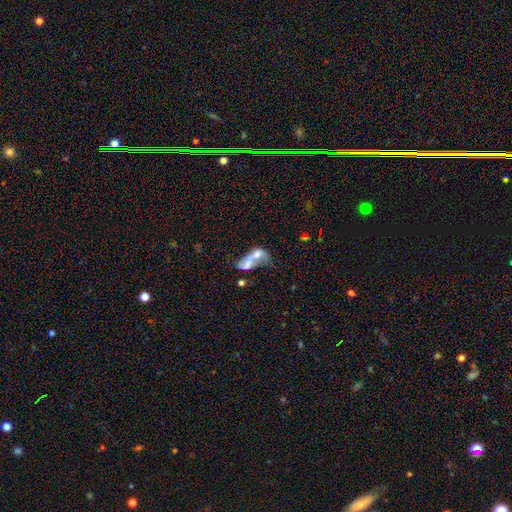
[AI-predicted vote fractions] Smooth or featured: smooth — 56% (featured or disk — 34%)
How rounded: in between — 76% (round — 16%)
Merging: merger — 77% (major disturbance — 10%)